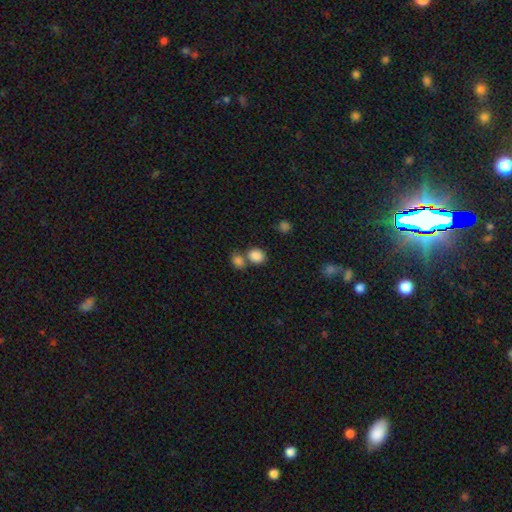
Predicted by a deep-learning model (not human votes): A smooth galaxy with no disk features (86%) that is round (56%).

Vote fractions:
- Smooth or featured? smooth: 86% / star or artifact: 9% / featured or disk: 5%
- How rounded? round: 56% / in between: 43% / cigar-shaped: 1%
- Merging? none: 51% / merger: 37% / minor disturbance: 9% / major disturbance: 3%